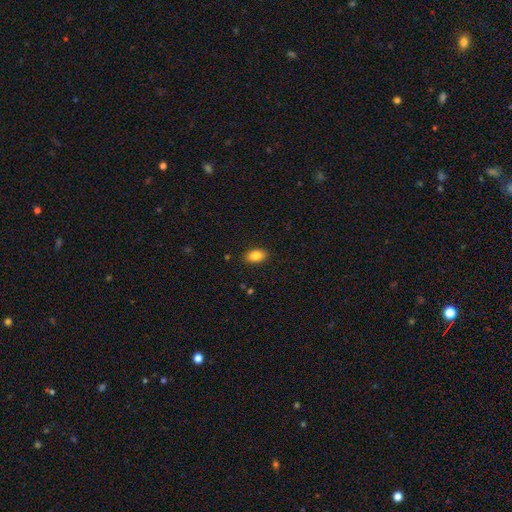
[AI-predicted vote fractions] Overall: smooth (84%). How rounded: in between (89%). Merging: none (88%).